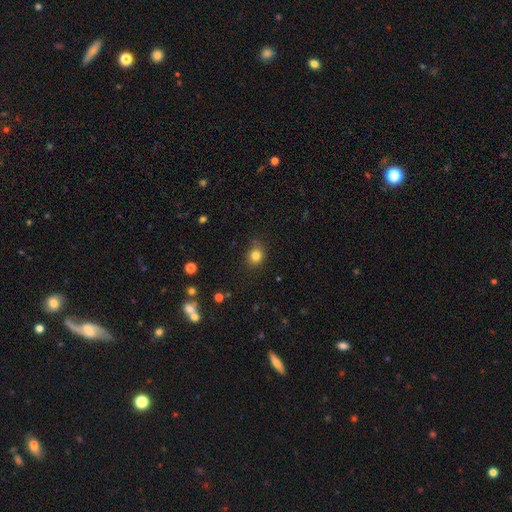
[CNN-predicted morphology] type=smooth (82%); roundness=round (74%); merging=none (82%).